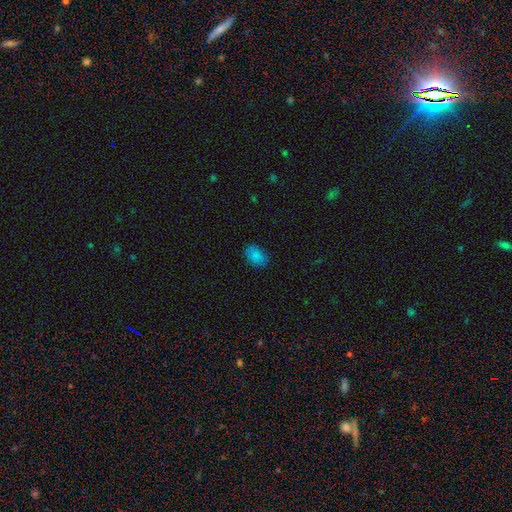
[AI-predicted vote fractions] This is clearly a smooth galaxy (84%). How rounded: clearly in between (85%). Merging: clearly none (80%).